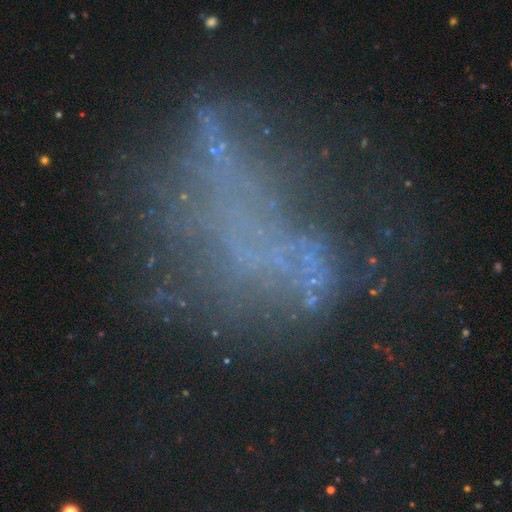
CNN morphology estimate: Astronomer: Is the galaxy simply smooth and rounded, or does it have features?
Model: featured or disk — 41% (runner-up: star or artifact, 39%).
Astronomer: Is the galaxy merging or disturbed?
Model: none — 41% (runner-up: major disturbance, 36%).